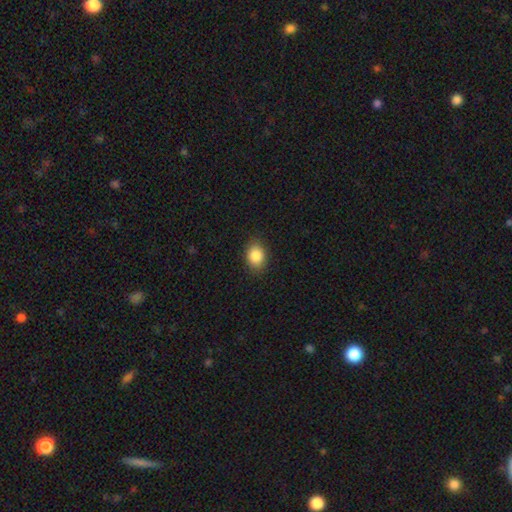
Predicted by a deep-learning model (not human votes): Morphology: type=smooth (87%); roundness=in between (68%); merging=none (88%).